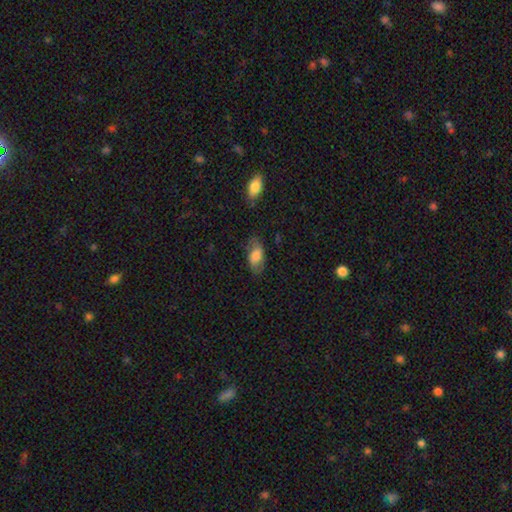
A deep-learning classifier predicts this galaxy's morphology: Q: Smooth or featured?
A: smooth (74%); runner-up: featured or disk (19%)
Q: How rounded?
A: in between (91%); runner-up: round (5%)
Q: Merging?
A: none (68%); runner-up: minor disturbance (23%)